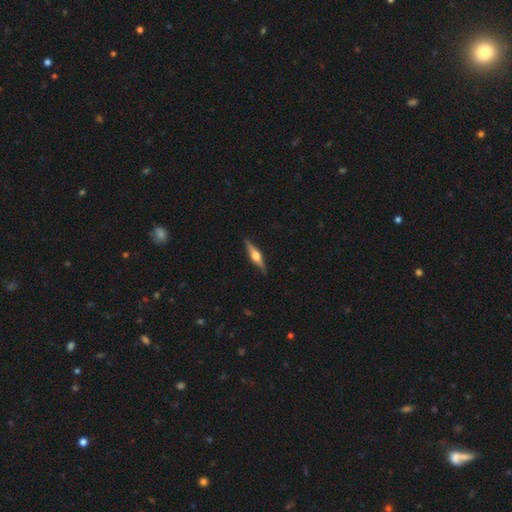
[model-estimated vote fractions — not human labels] A featured or disk galaxy (73%) viewed edge-on (98%) with a rounded central bulge (93%). Merging: none (89%).